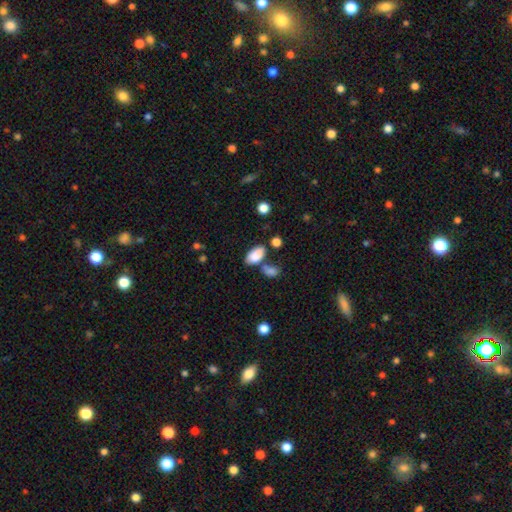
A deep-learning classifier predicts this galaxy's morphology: type=smooth (86%); roundness=in between (94%); merging=none (53%).